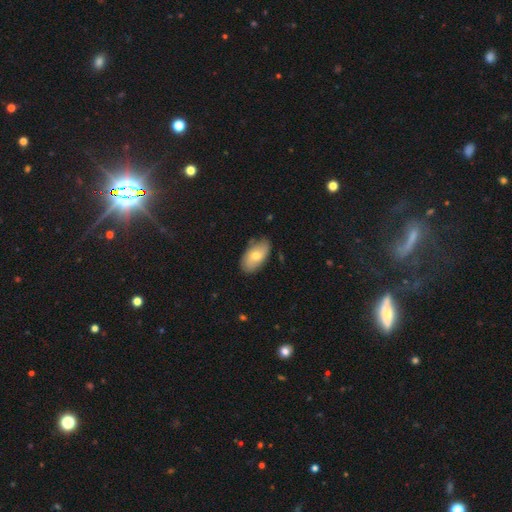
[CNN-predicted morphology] Smooth or featured? Predicted: smooth (p=0.66). How rounded? Predicted: in between (p=0.94). Merging? Predicted: none (p=0.80).